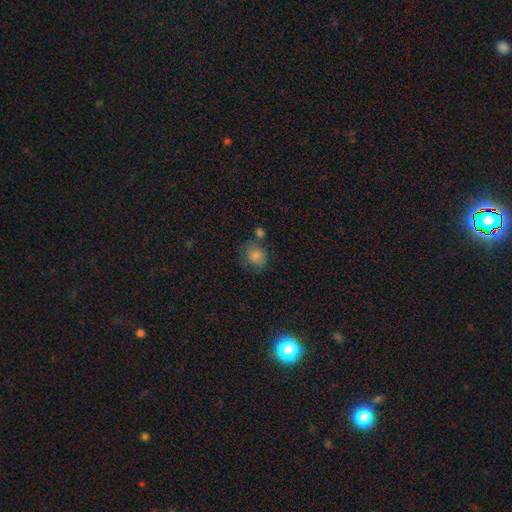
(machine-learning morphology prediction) The model was most divided on "merging": none: 57%, minor disturbance: 21%, merger: 14%, major disturbance: 9%. More confident: smooth or featured — smooth (81%); how rounded — round (71%).